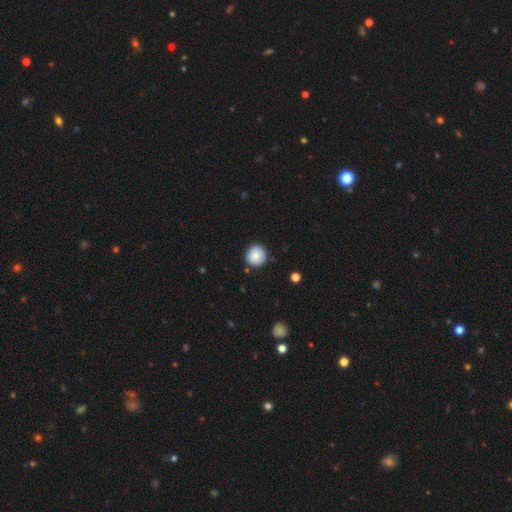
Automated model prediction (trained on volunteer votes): This is clearly a smooth galaxy (85%). How rounded: clearly round (93%). Merging: clearly none (88%).